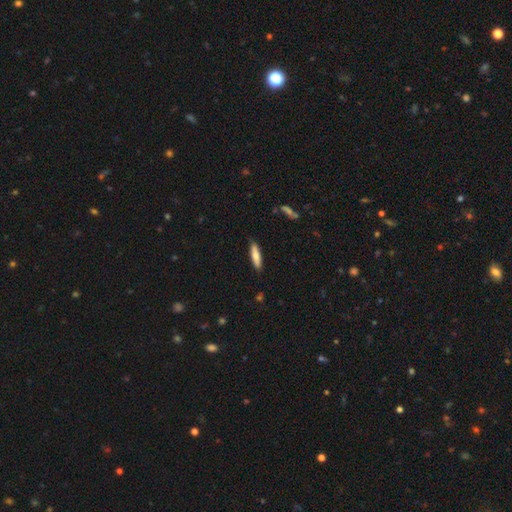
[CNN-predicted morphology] A smooth galaxy with no disk features (75%) that is cigar-shaped (76%).

Vote fractions:
- Smooth or featured? smooth: 75% / featured or disk: 19% / star or artifact: 6%
- How rounded? cigar-shaped: 76% / in between: 23% / round: 1%
- Merging? none: 87% / minor disturbance: 10% / major disturbance: 2% / merger: 1%